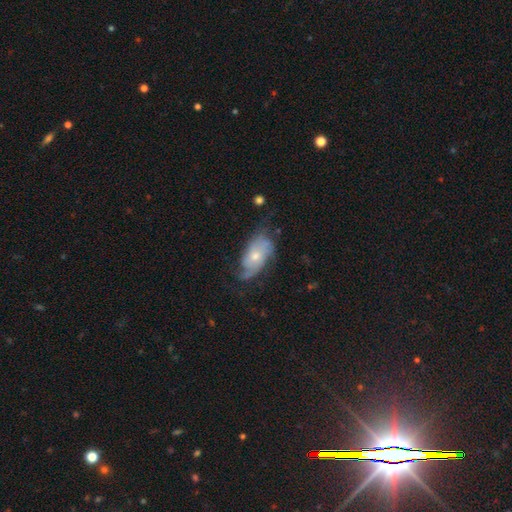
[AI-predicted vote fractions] Smooth or featured?
  - featured or disk: 64% *
  - smooth: 29%
  - star or artifact: 7%
Edge-on disk?
  - no: 94% *
  - yes: 6%
Bar?
  - no: 75% *
  - weak: 22%
  - strong: 4%
Spiral arms?
  - yes: 85% *
  - no: 15%
Spiral winding?
  - medium: 39% *
  - tight: 33%
  - loose: 28%
Spiral arm count?
  - 2: 42% *
  - can't tell: 30%
  - 3: 14%
  - 1: 7%
  - 4: 4%
  - more than 4: 3%
Bulge size?
  - moderate: 51% *
  - small: 43%
  - large: 3%
  - none: 2%
  - dominant: 1%
Merging?
  - none: 54% *
  - minor disturbance: 29%
  - major disturbance: 16%
  - merger: 2%